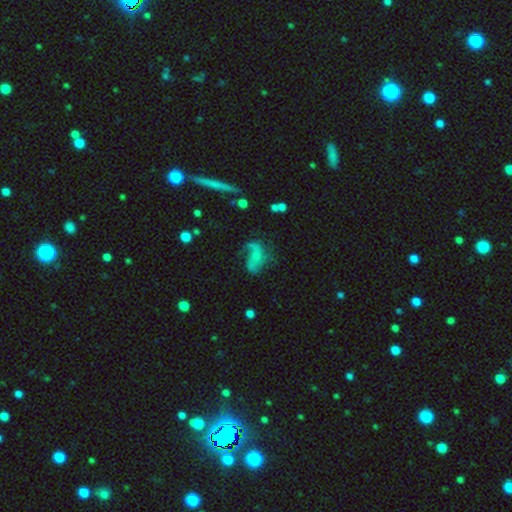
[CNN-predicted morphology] Q: Smooth or featured?
A: featured or disk (60%); runner-up: smooth (27%)
Q: Edge-on disk?
A: no (96%); runner-up: yes (4%)
Q: Bar?
A: no (70%); runner-up: weak (22%)
Q: Spiral arms?
A: yes (76%); runner-up: no (24%)
Q: Bulge size?
A: none (62%); runner-up: small (24%)
Q: Merging?
A: major disturbance (38%); runner-up: none (36%)